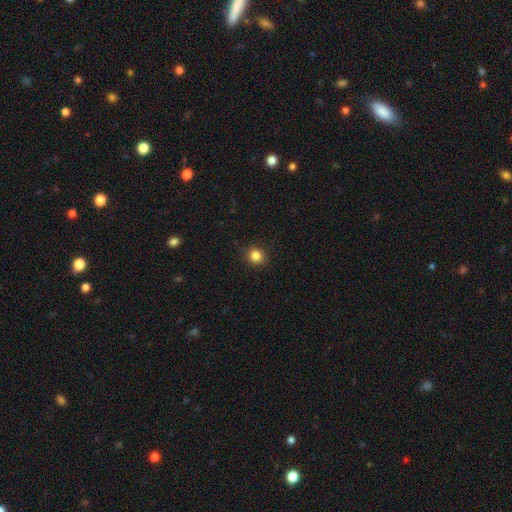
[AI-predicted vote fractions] Smooth or featured? smooth (84%)
How rounded? round (89%)
Merging? none (90%)